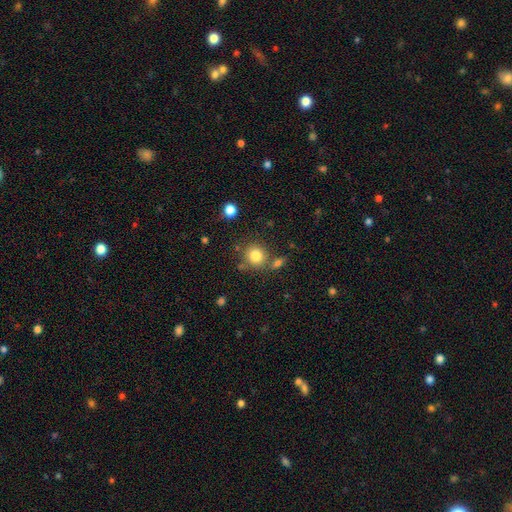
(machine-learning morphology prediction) Smooth or featured? Predicted: smooth (p=0.82). How rounded? Predicted: round (p=0.85). Merging? Predicted: none (p=0.72).